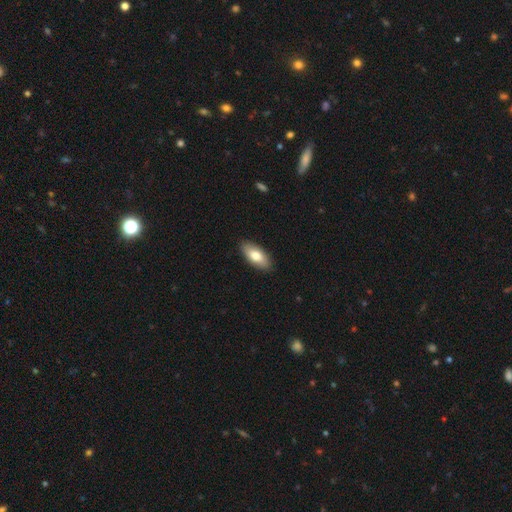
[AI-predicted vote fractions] smooth_or_featured: smooth (p=0.77) [alt: featured or disk p=0.17]
how_rounded: in between (p=0.87) [alt: cigar-shaped p=0.11]
merging: none (p=0.89) [alt: minor disturbance p=0.08]